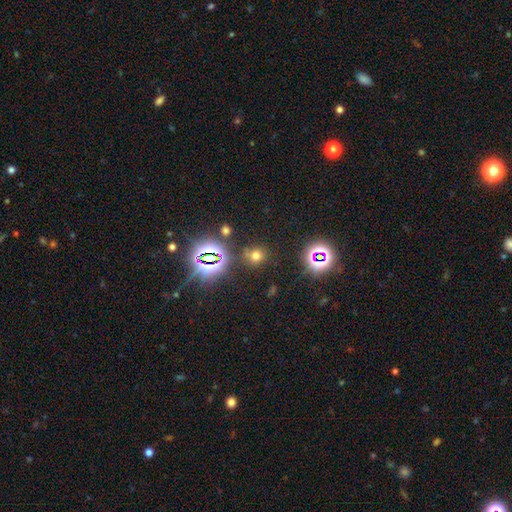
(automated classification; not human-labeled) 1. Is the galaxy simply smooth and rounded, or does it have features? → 58% smooth, 34% star or artifact, 8% featured or disk.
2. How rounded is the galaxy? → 86% round, 13% in between, 1% cigar-shaped.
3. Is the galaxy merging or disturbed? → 78% none, 10% minor disturbance, 8% merger, 4% major disturbance.